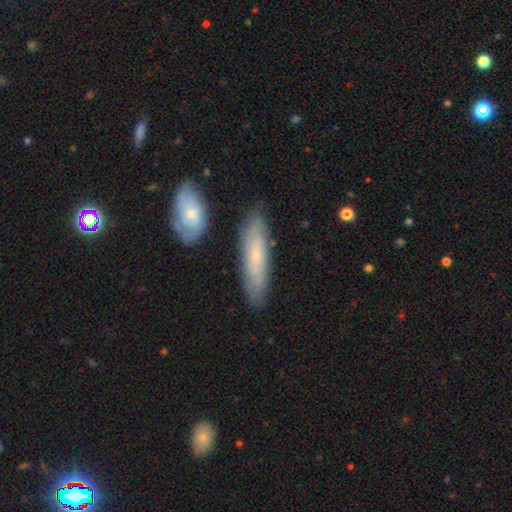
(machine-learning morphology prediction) A smooth galaxy with no disk features (55%) that is cigar-shaped (71%).

Vote fractions:
- Smooth or featured? smooth: 55% / featured or disk: 38% / star or artifact: 7%
- How rounded? cigar-shaped: 71% / in between: 27% / round: 2%
- Merging? none: 81% / minor disturbance: 13% / merger: 4% / major disturbance: 2%